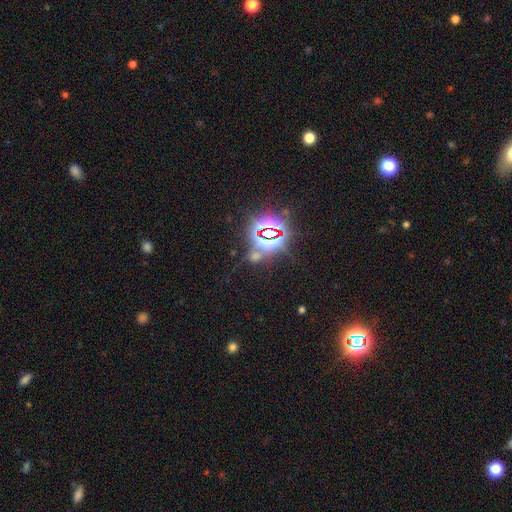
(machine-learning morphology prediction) smooth-or-featured: star or artifact: 75% | smooth: 17% | featured or disk: 8%